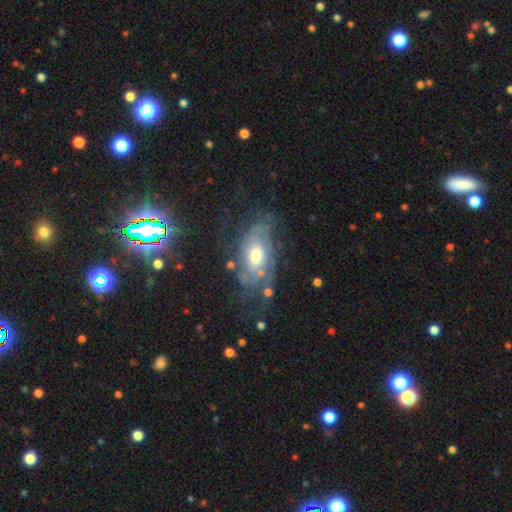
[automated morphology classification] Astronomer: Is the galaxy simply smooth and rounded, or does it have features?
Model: featured or disk — 71%.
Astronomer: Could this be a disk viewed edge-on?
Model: no — 93%.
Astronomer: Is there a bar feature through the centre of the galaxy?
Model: no — 68%.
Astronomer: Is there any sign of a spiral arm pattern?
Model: yes — 80%.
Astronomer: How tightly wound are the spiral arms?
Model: tight — 45% (runner-up: medium, 36%).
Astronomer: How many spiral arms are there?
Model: can't tell — 49% (runner-up: 2, 27%).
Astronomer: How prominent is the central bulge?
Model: moderate — 69%.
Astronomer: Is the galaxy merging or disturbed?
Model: none — 54%.